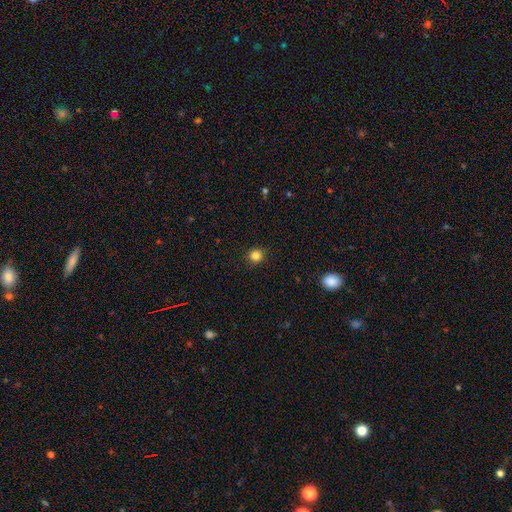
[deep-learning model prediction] A smooth galaxy with no disk features (83%) that is round (93%).

Vote fractions:
- Smooth or featured? smooth: 83% / star or artifact: 13% / featured or disk: 4%
- How rounded? round: 93% / in between: 6% / cigar-shaped: 1%
- Merging? none: 90% / minor disturbance: 7% / major disturbance: 2% / merger: 1%